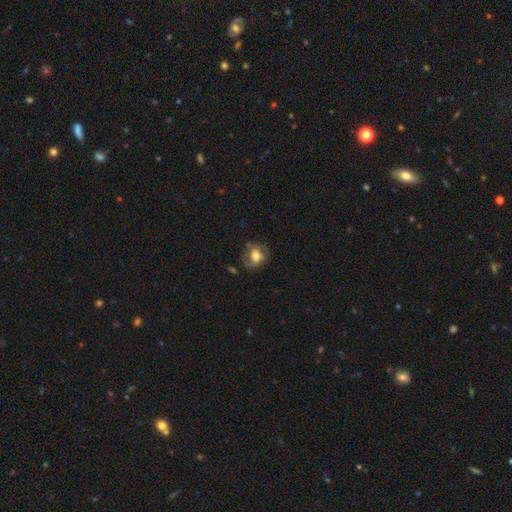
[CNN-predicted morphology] A smooth galaxy with no disk features (49%). Merging: none (62%).